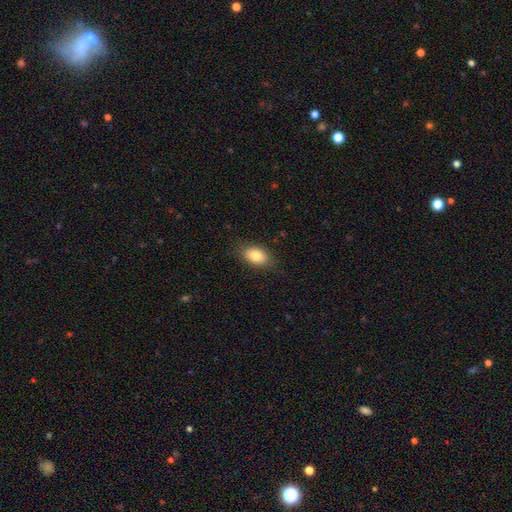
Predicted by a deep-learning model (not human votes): Smooth or featured? Predicted: smooth (p=0.82). How rounded? Predicted: in between (p=0.87). Merging? Predicted: none (p=0.84).